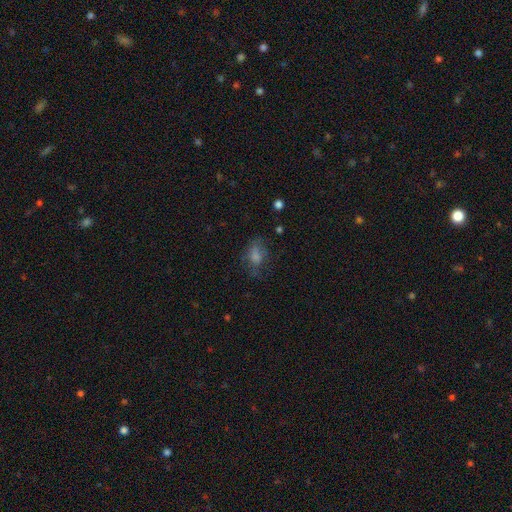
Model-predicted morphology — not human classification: type=smooth (69%); roundness=in between (77%); merging=none (45%).